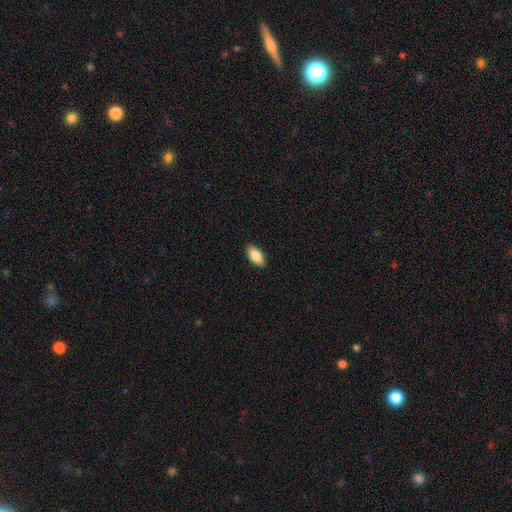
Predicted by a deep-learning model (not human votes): Q: Smooth or featured?
A: smooth (86%); runner-up: featured or disk (8%)
Q: How rounded?
A: in between (91%); runner-up: cigar-shaped (7%)
Q: Merging?
A: none (90%); runner-up: minor disturbance (7%)